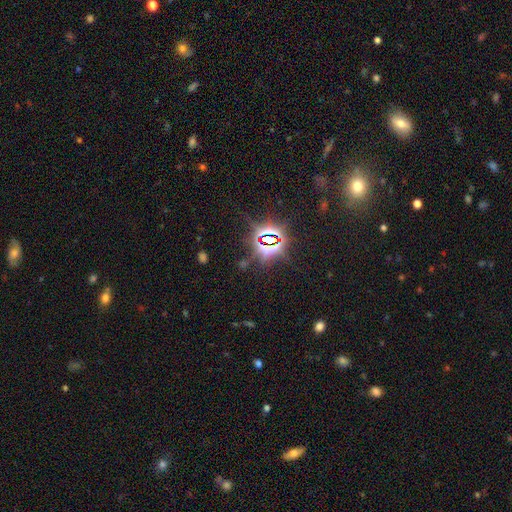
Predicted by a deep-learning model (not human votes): Overall: star or artifact (81%).